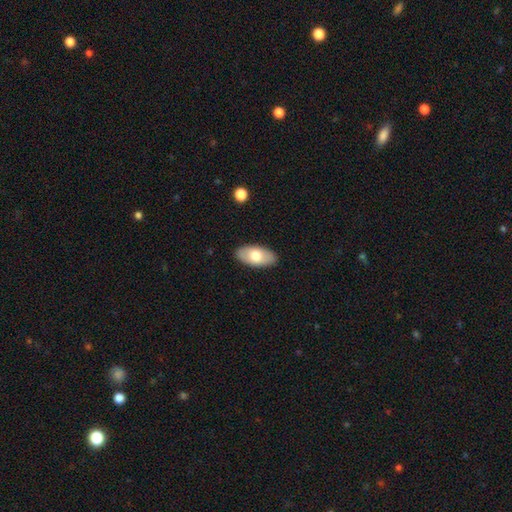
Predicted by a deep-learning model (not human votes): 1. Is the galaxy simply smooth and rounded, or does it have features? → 70% smooth, 25% featured or disk, 5% star or artifact.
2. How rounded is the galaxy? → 94% in between, 4% cigar-shaped, 3% round.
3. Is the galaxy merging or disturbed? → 88% none, 9% minor disturbance, 2% major disturbance, 1% merger.